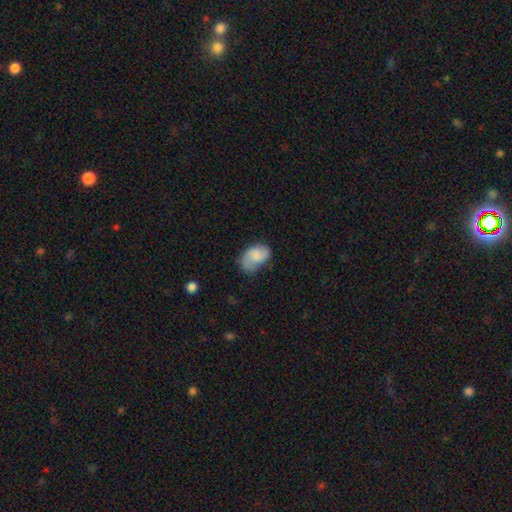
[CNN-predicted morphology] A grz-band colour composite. It shows a smooth galaxy with no disk features (62%) that is in between round and cigar-shaped (87%). Merging: none (47%).